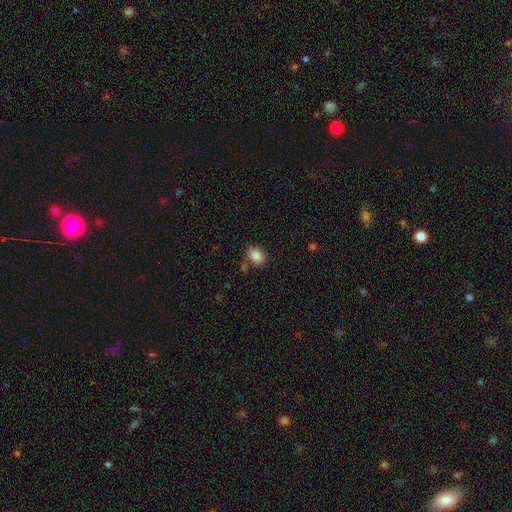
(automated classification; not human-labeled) Smooth or featured? smooth (87%)
How rounded? in between (78%)
Merging? none (78%)